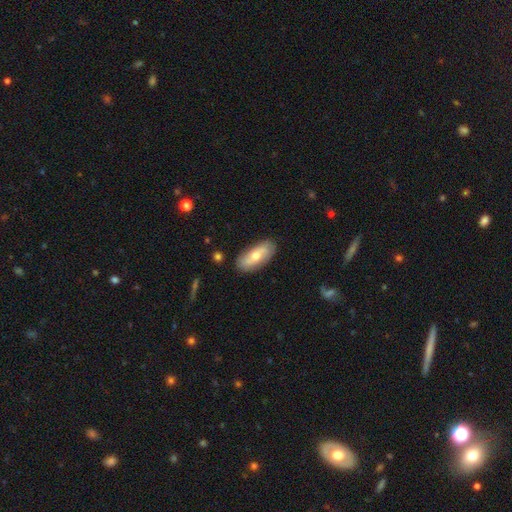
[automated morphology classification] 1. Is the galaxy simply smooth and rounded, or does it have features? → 56% smooth, 38% featured or disk, 6% star or artifact.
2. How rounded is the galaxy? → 84% in between, 12% cigar-shaped, 3% round.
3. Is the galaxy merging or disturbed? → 84% none, 12% minor disturbance, 3% major disturbance, 2% merger.